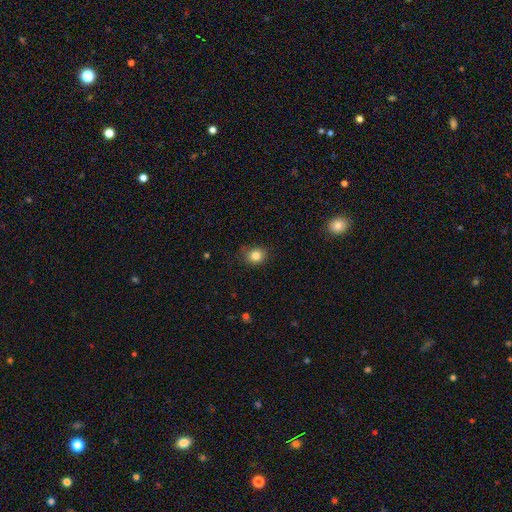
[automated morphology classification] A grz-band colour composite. It shows a smooth galaxy with no disk features (83%) that is round (74%). Merging: none (80%).